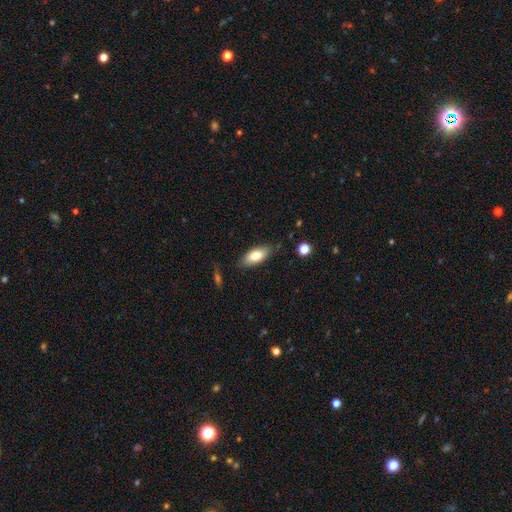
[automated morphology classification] The model was most divided on "merging": none: 79%, minor disturbance: 16%, major disturbance: 3%, merger: 2%. More confident: how rounded — in between (85%); smooth or featured — smooth (79%).